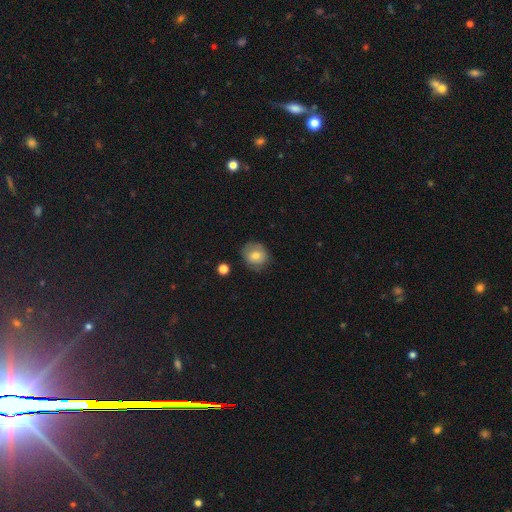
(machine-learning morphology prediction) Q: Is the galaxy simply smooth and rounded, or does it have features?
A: smooth — 70%.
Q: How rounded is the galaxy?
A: round — 77%.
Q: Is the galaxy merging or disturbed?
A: none — 75%.